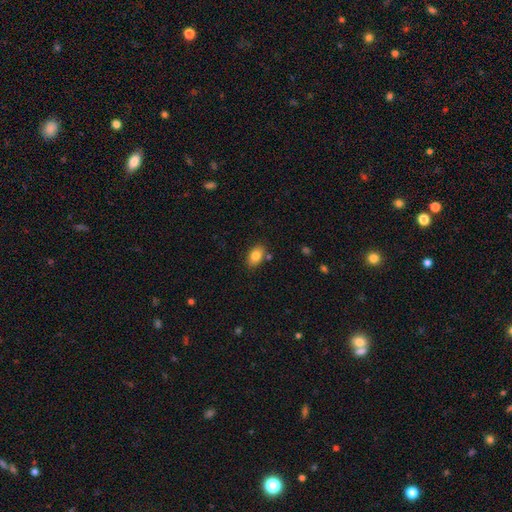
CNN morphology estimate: smooth_or_featured: smooth (p=0.82) [alt: featured or disk p=0.10]
how_rounded: in between (p=0.88) [alt: round p=0.11]
merging: none (p=0.82) [alt: minor disturbance p=0.11]